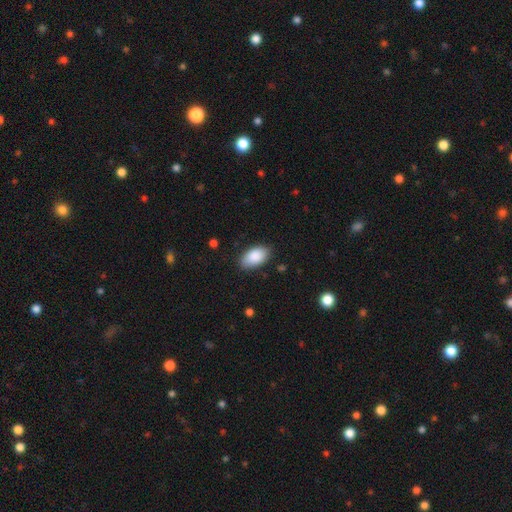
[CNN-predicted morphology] Q: Smooth or featured?
A: smooth (89%); runner-up: star or artifact (6%)
Q: How rounded?
A: in between (95%); runner-up: round (4%)
Q: Merging?
A: none (85%); runner-up: minor disturbance (12%)